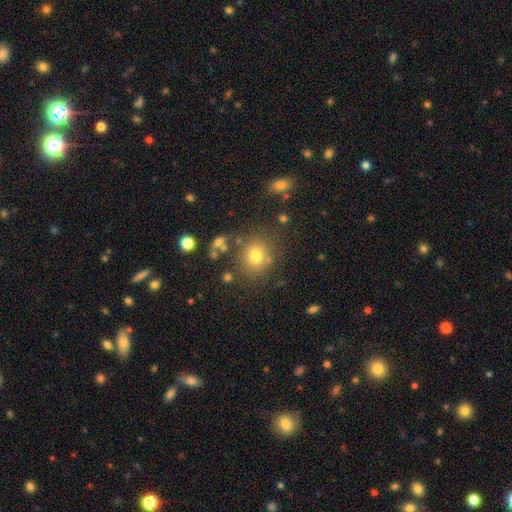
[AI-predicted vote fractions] This is likely a smooth galaxy (75%). How rounded: likely round (74%). Merging: likely none (77%).